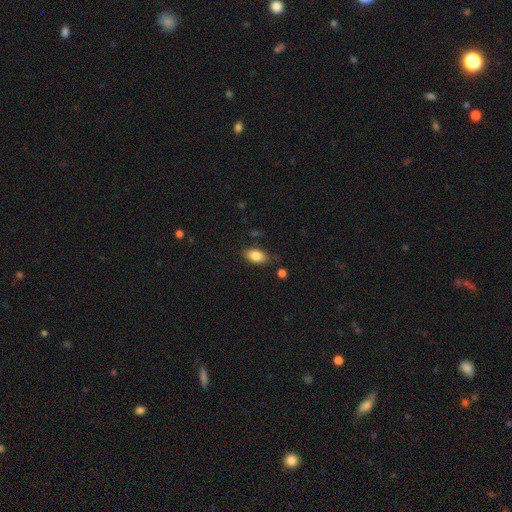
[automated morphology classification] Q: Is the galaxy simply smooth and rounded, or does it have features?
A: smooth — 85%.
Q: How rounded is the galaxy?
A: in between — 91%.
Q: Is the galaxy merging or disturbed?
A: none — 81%.